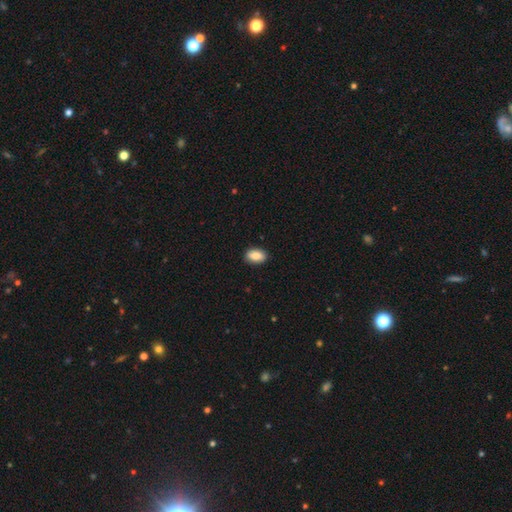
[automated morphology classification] Overall: smooth (84%). How rounded: in between (89%). Merging: none (90%).